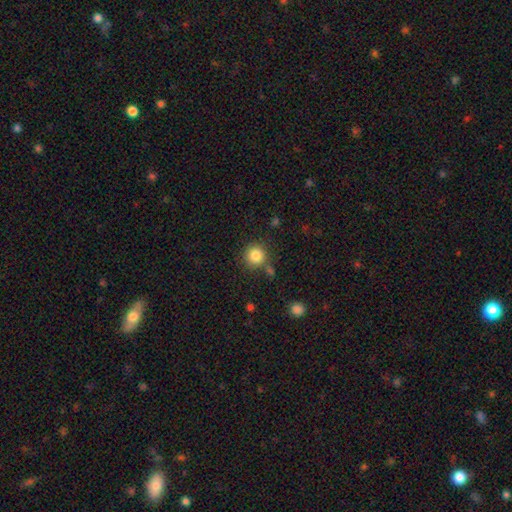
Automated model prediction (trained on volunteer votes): This appears to be a smooth galaxy with no disk features (85%) that is round (93%). Merging: none (78%).